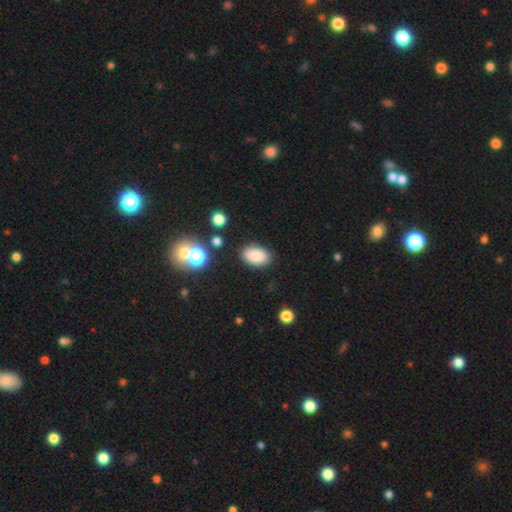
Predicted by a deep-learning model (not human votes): A smooth galaxy with no disk features (85%) that is in between round and cigar-shaped (91%).

Vote fractions:
- Smooth or featured? smooth: 85% / star or artifact: 9% / featured or disk: 5%
- How rounded? in between: 91% / round: 8% / cigar-shaped: 1%
- Merging? none: 84% / minor disturbance: 11% / major disturbance: 3% / merger: 2%